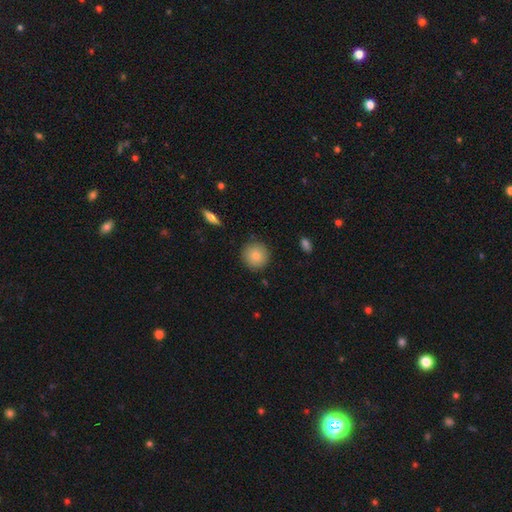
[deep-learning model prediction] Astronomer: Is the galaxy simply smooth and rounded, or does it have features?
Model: smooth — 81%.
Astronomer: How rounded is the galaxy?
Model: round — 94%.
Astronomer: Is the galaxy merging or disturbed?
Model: none — 89%.